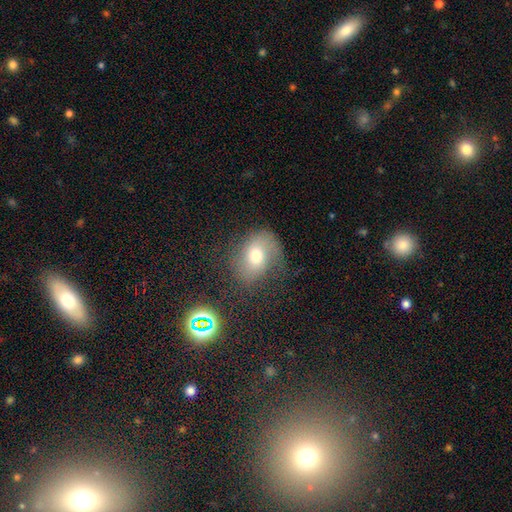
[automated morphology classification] Smooth or featured: smooth — 57% (featured or disk — 31%)
How rounded: in between — 62% (round — 37%)
Merging: none — 59% (minor disturbance — 24%)